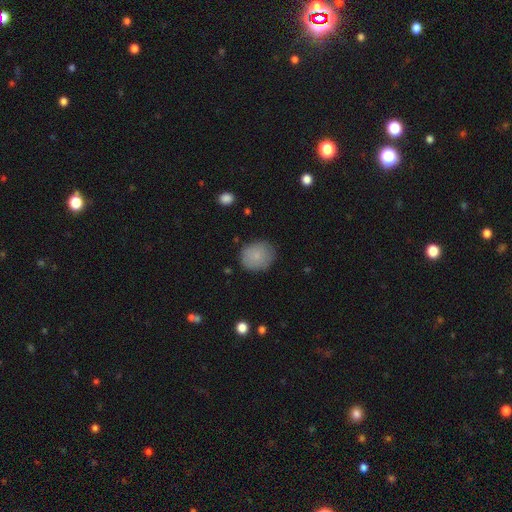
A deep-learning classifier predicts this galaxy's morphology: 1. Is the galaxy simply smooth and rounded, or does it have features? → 83% smooth, 10% featured or disk, 8% star or artifact.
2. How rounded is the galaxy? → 70% round, 29% in between, 1% cigar-shaped.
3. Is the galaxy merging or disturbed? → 78% none, 16% minor disturbance, 4% major disturbance, 1% merger.